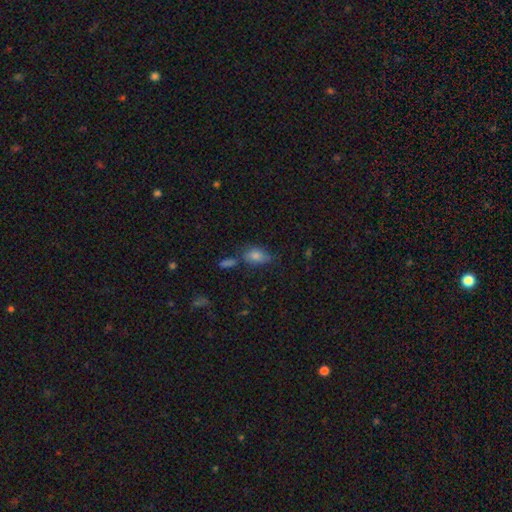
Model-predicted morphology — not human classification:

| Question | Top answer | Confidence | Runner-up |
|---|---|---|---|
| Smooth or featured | smooth | 71% | star or artifact (15%) |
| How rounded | in between | 82% | round (12%) |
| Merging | none | 56% | minor disturbance (23%) |